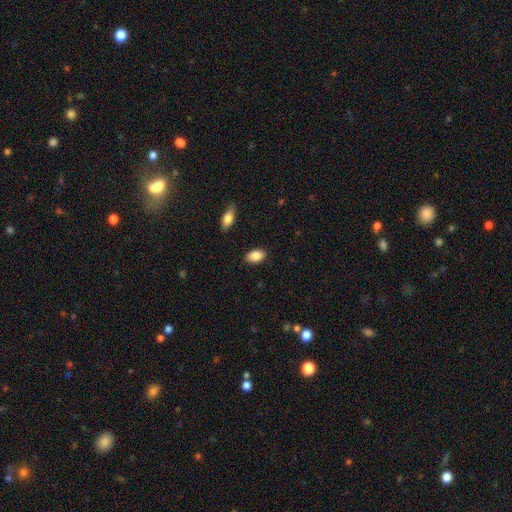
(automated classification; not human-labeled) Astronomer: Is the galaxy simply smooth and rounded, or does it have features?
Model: smooth — 88%.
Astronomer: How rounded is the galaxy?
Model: in between — 91%.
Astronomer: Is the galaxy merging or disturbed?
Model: none — 87%.